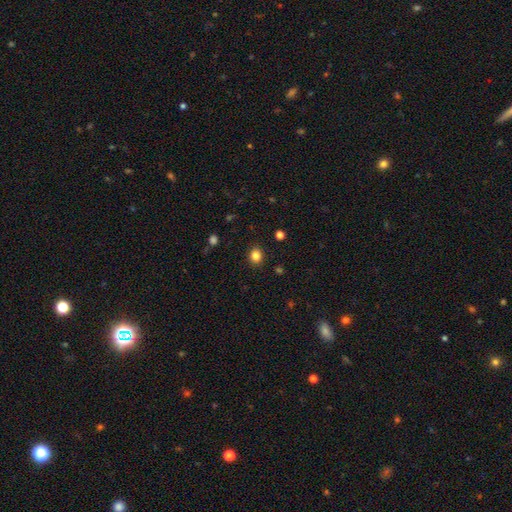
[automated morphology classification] This appears to be a smooth galaxy with no disk features (83%) that is round (70%). Merging: none (90%).